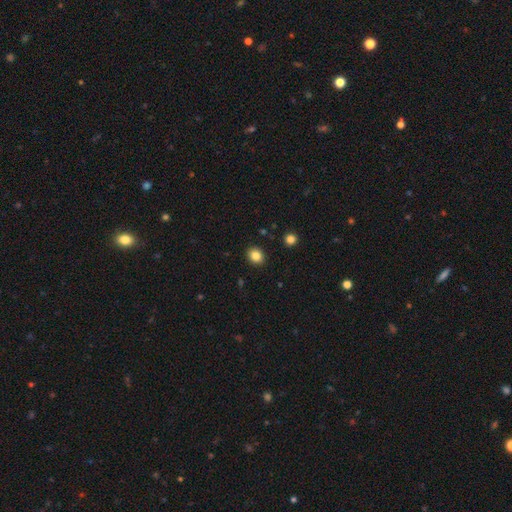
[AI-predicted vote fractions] A smooth galaxy with no disk features (85%) that is round (65%). Merging: none (91%).